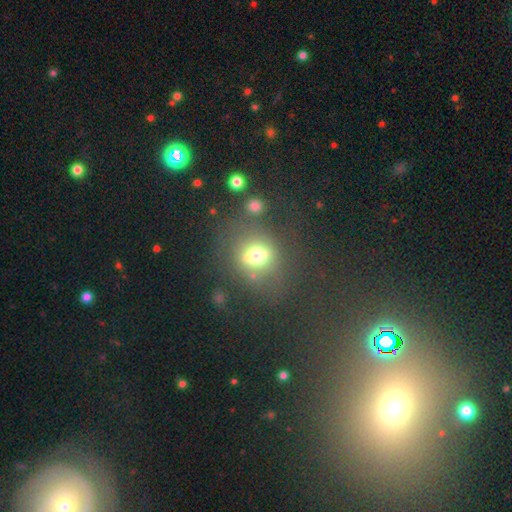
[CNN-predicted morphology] Smooth or featured? Predicted: smooth (p=0.57). How rounded? Predicted: in between (p=0.55). Merging? Predicted: none (p=0.63).